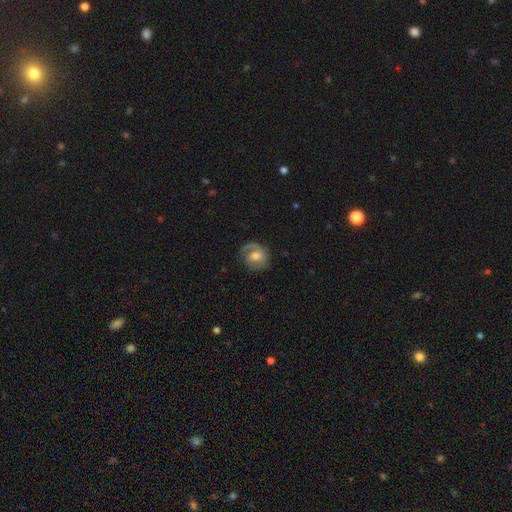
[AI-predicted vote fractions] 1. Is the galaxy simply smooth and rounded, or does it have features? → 69% featured or disk, 25% smooth, 6% star or artifact.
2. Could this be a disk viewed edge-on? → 97% no, 3% yes.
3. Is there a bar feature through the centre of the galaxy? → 48% weak, 38% no, 13% strong.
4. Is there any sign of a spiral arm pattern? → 88% yes, 12% no.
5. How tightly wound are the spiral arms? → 42% medium, 37% tight, 21% loose.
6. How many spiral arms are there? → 46% 2, 41% 1, 10% can't tell, 2% 3, 1% 4, 1% more than 4.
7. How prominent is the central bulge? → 61% moderate, 25% small, 9% large, 3% none, 1% dominant.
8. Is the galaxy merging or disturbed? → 67% none, 19% minor disturbance, 12% major disturbance, 2% merger.